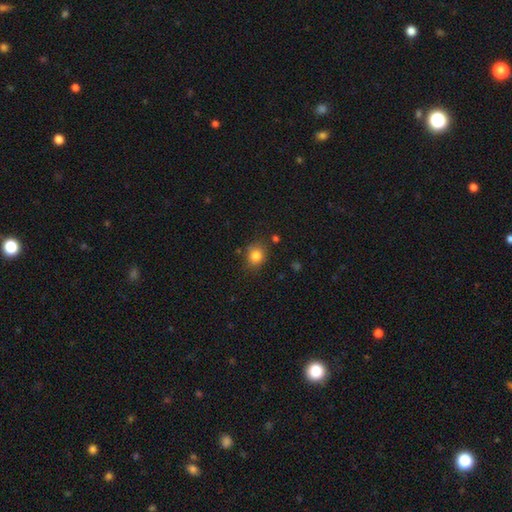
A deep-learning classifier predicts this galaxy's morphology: smooth 83%, star or artifact 11%, featured or disk 6%. Down the decision tree: how rounded — round (70%); merging — none (77%).